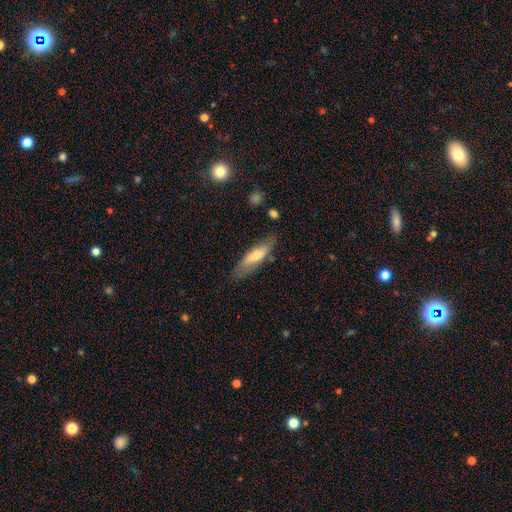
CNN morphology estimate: A smooth galaxy with no disk features (66%) that is cigar-shaped (59%). Merging: none (71%).